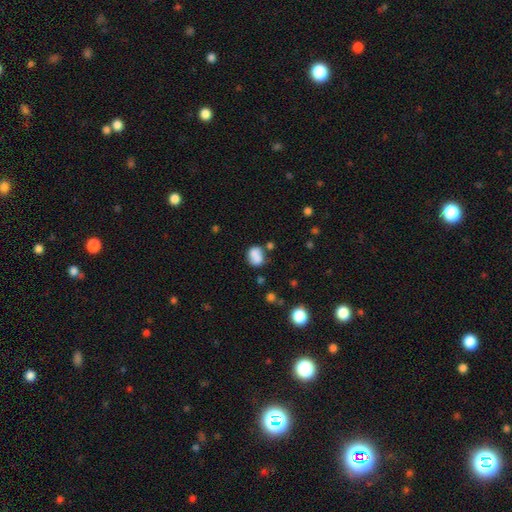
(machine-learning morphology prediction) smooth_or_featured: smooth (p=0.77) [alt: featured or disk p=0.12]
how_rounded: in between (p=0.55) [alt: round p=0.44]
merging: none (p=0.49) [alt: merger p=0.23]